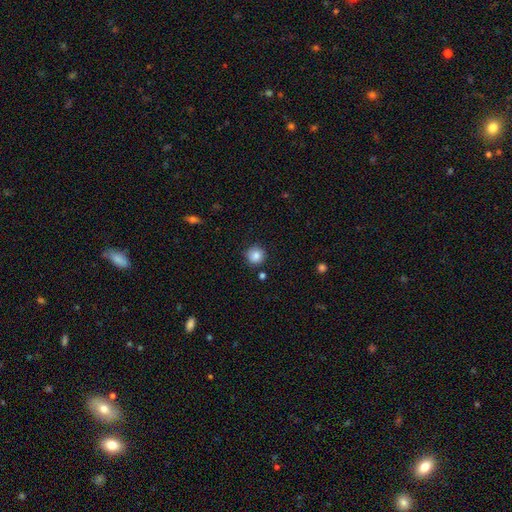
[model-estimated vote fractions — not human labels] A smooth galaxy with no disk features (85%) that is round (94%). Merging: none (87%).